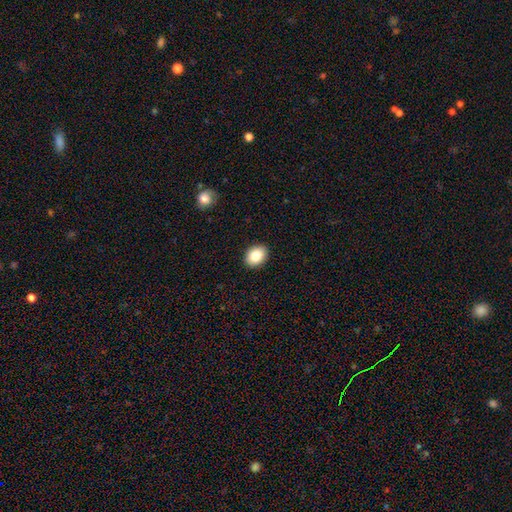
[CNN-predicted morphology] Smooth or featured: smooth — 85% (star or artifact — 8%)
How rounded: in between — 67% (round — 32%)
Merging: none — 91% (minor disturbance — 7%)